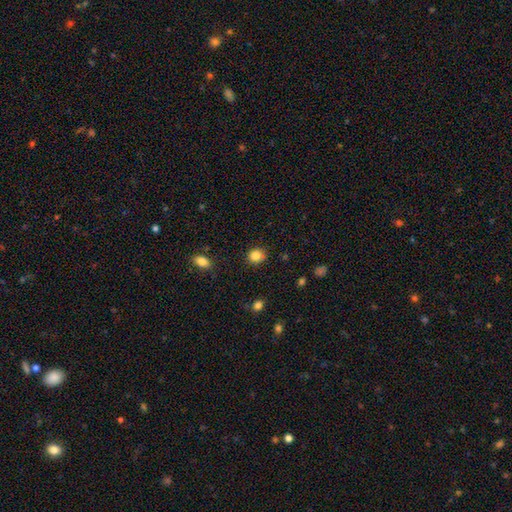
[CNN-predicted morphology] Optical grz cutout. It shows a smooth galaxy with no disk features (84%) that is round (79%). Merging: none (85%).